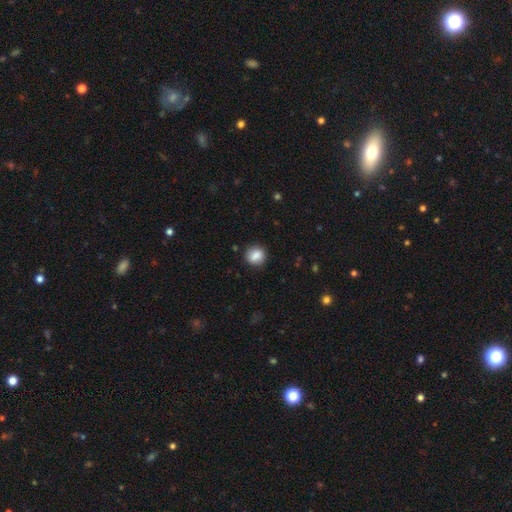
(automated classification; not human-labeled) Smooth or featured? smooth (86%)
How rounded? round (79%)
Merging? none (87%)